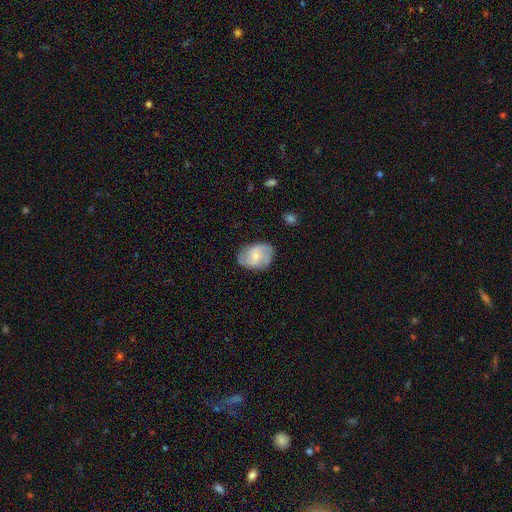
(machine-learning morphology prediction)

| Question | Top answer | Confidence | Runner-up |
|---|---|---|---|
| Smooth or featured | featured or disk | 62% | smooth (31%) |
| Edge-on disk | no | 97% | yes (3%) |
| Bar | no | 49% | weak (42%) |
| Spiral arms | yes | 91% | no (9%) |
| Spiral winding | medium | 48% | loose (31%) |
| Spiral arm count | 2 | 67% | can't tell (13%) |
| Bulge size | small | 58% | moderate (32%) |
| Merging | none | 75% | minor disturbance (18%) |